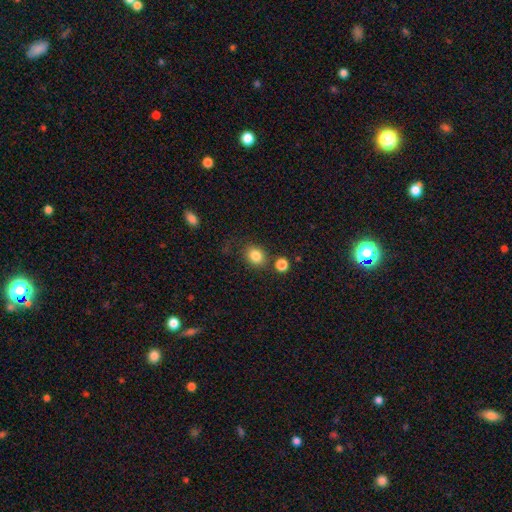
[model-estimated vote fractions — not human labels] A smooth galaxy with no disk features (83%) that is round (66%). Merging: none (75%).